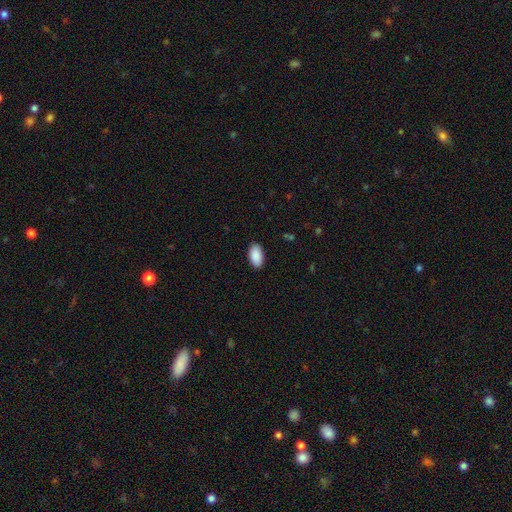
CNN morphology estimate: Q: Smooth or featured?
A: smooth (91%); runner-up: star or artifact (6%)
Q: How rounded?
A: in between (96%); runner-up: round (3%)
Q: Merging?
A: none (89%); runner-up: minor disturbance (8%)